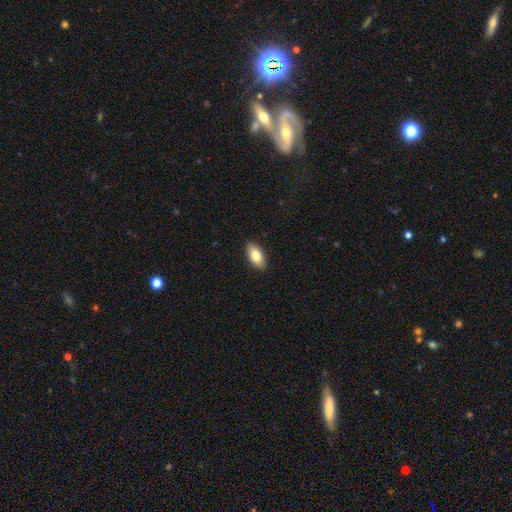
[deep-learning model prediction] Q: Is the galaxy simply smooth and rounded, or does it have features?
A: smooth — 82%.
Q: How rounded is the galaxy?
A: in between — 91%.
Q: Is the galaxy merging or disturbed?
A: none — 89%.